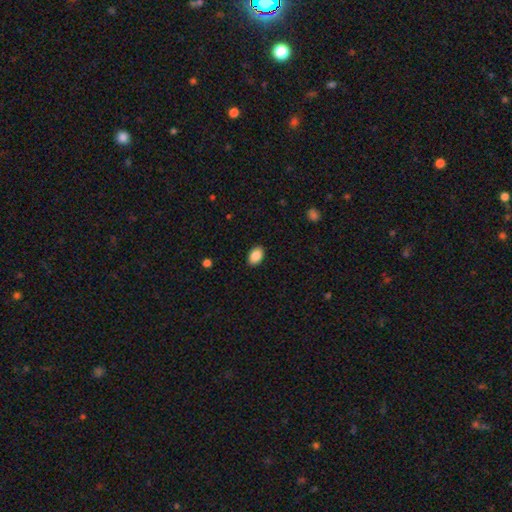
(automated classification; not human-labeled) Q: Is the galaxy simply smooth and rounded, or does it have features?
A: smooth — 89%.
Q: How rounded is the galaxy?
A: in between — 87%.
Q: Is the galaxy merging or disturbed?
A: none — 89%.